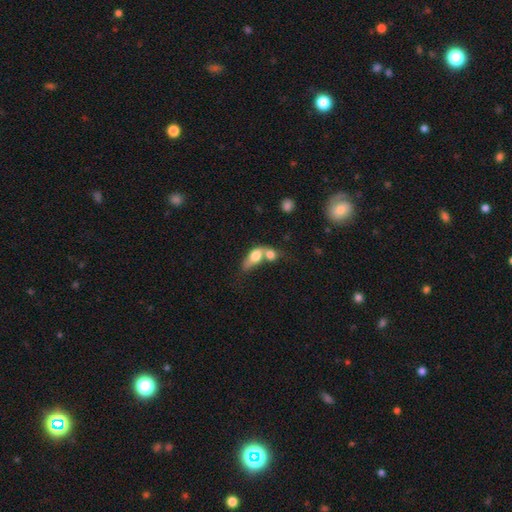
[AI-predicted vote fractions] Q: Smooth or featured?
A: smooth (69%); runner-up: featured or disk (23%)
Q: How rounded?
A: in between (74%); runner-up: round (16%)
Q: Merging?
A: merger (72%); runner-up: none (14%)